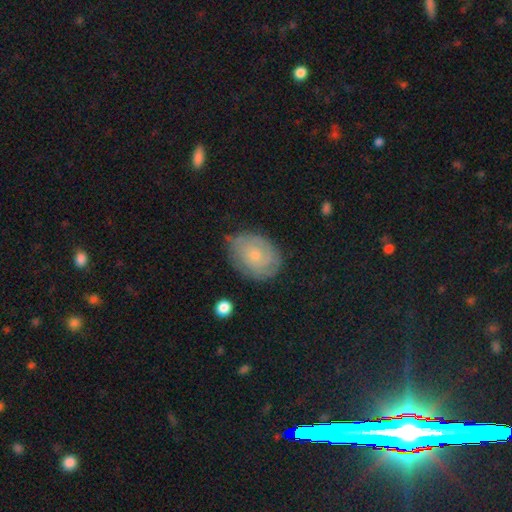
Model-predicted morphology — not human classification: Smooth or featured?
  - smooth: 47% *
  - featured or disk: 46%
  - star or artifact: 8%
Merging?
  - none: 69% *
  - minor disturbance: 24%
  - major disturbance: 6%
  - merger: 2%